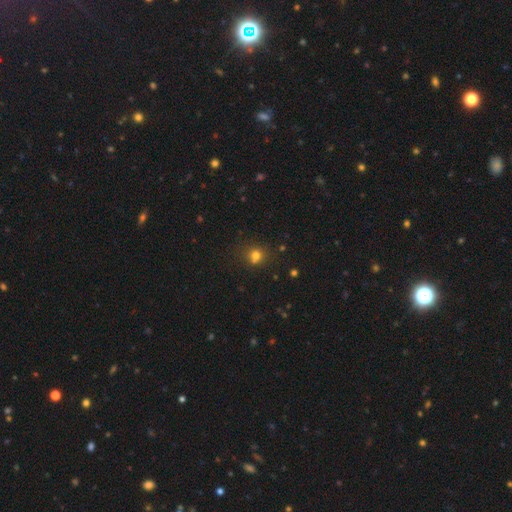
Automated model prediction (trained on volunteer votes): Morphology: type=smooth (72%); roundness=round (82%); merging=none (64%).